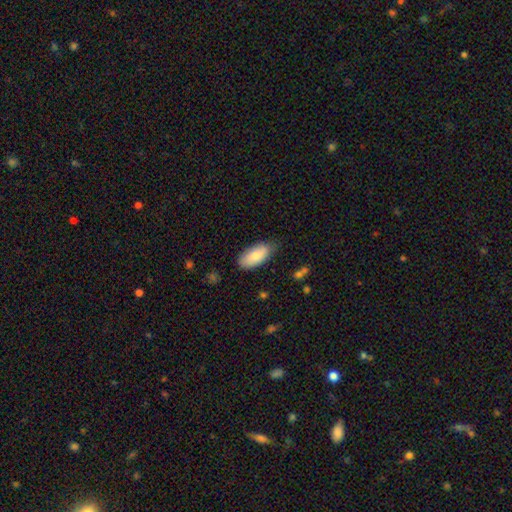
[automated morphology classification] A smooth galaxy with no disk features (83%) that is in between round and cigar-shaped (91%).

Vote fractions:
- Smooth or featured? smooth: 83% / featured or disk: 11% / star or artifact: 6%
- How rounded? in between: 91% / cigar-shaped: 7% / round: 2%
- Merging? none: 73% / minor disturbance: 22% / major disturbance: 4% / merger: 2%